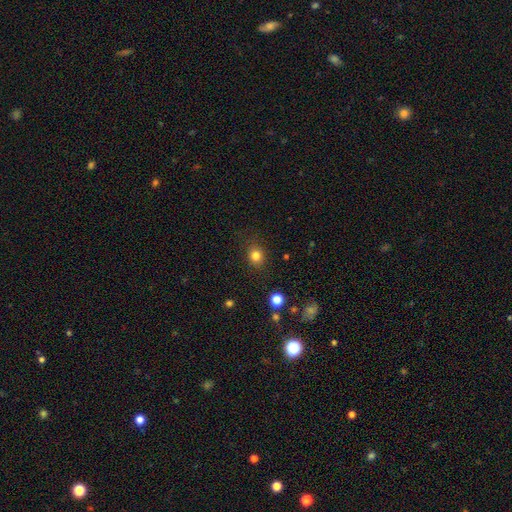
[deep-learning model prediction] Smooth or featured?
  - smooth: 82% *
  - star or artifact: 13%
  - featured or disk: 5%
How rounded?
  - round: 74% *
  - in between: 25%
  - cigar-shaped: 1%
Merging?
  - none: 85% *
  - minor disturbance: 10%
  - major disturbance: 3%
  - merger: 1%